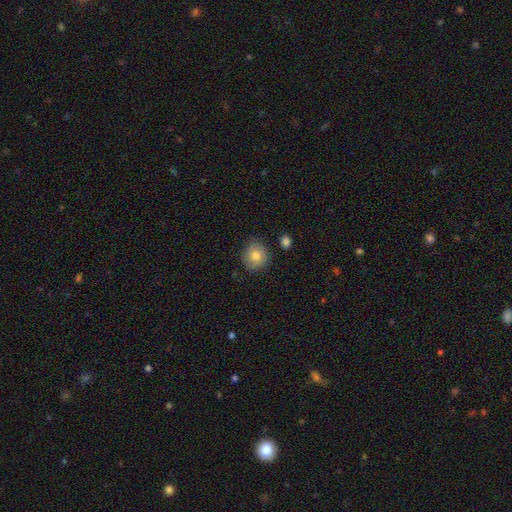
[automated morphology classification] Smooth or featured? smooth (81%)
How rounded? round (90%)
Merging? none (84%)